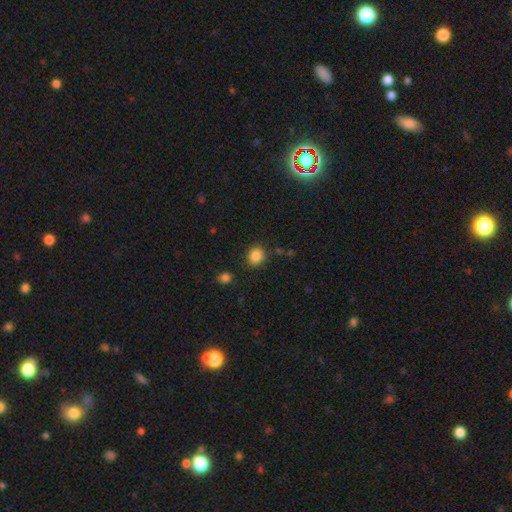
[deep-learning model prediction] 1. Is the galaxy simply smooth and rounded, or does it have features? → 86% smooth, 10% star or artifact, 4% featured or disk.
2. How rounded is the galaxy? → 69% round, 30% in between, 1% cigar-shaped.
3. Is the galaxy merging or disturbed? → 83% none, 11% minor disturbance, 3% major disturbance, 3% merger.